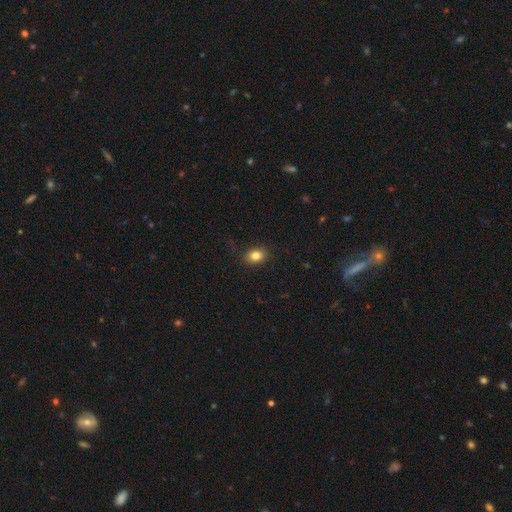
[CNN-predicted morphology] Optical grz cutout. It shows a smooth galaxy with no disk features (83%) that is in between round and cigar-shaped (62%). Merging: none (87%).